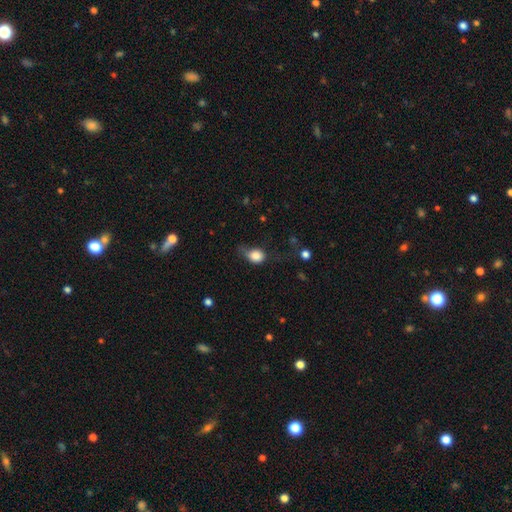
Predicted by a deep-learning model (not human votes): This is clearly a smooth galaxy (80%). How rounded: possibly round (49%, tied with in between). Merging: marginally minor disturbance (36%).